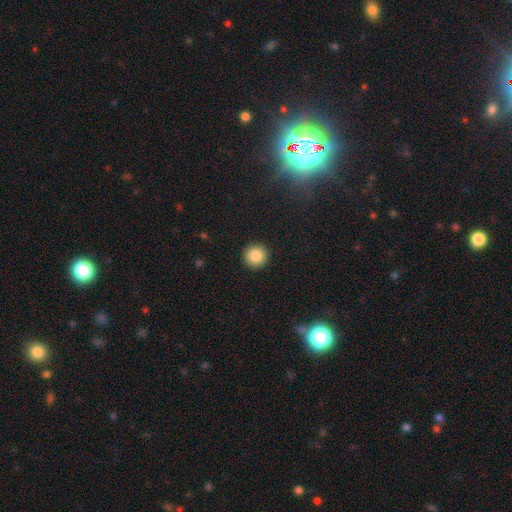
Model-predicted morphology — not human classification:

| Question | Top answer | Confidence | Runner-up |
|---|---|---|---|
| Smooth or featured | smooth | 85% | star or artifact (9%) |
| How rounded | round | 96% | in between (3%) |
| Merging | none | 93% | minor disturbance (4%) |